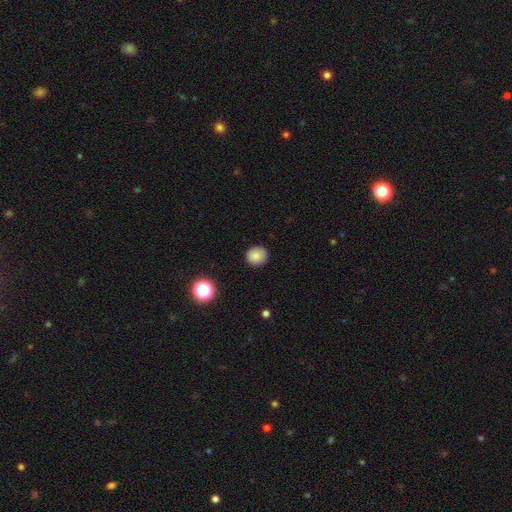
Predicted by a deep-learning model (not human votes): Smooth or featured?
  - smooth: 84% *
  - star or artifact: 10%
  - featured or disk: 5%
How rounded?
  - round: 85% *
  - in between: 14%
  - cigar-shaped: 1%
Merging?
  - none: 89% *
  - minor disturbance: 8%
  - major disturbance: 2%
  - merger: 1%